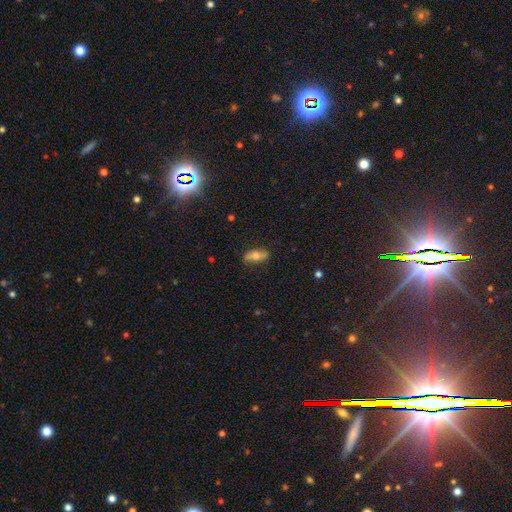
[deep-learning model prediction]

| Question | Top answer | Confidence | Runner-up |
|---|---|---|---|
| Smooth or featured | smooth | 60% | featured or disk (32%) |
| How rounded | in between | 78% | cigar-shaped (18%) |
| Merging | none | 80% | minor disturbance (16%) |